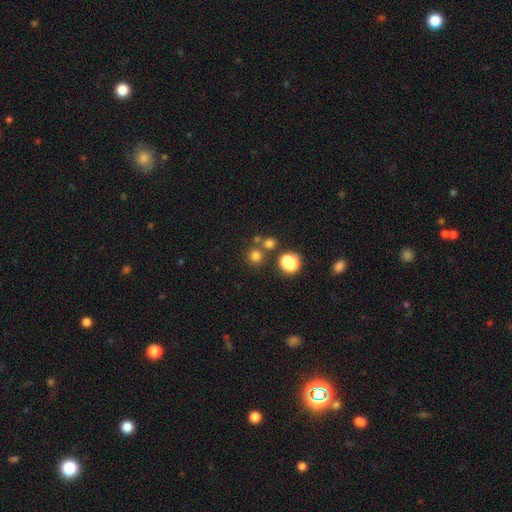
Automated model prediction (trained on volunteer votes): Morphology: type=smooth (73%); roundness=round (91%); merging=none (73%).